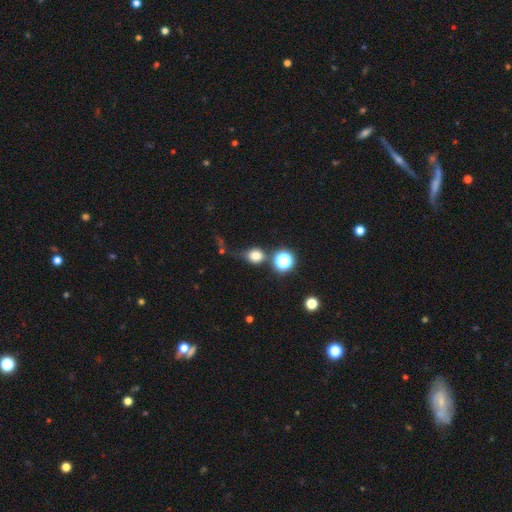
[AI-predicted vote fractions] A smooth galaxy with no disk features (75%) that is round (69%). Merging: none (53%).